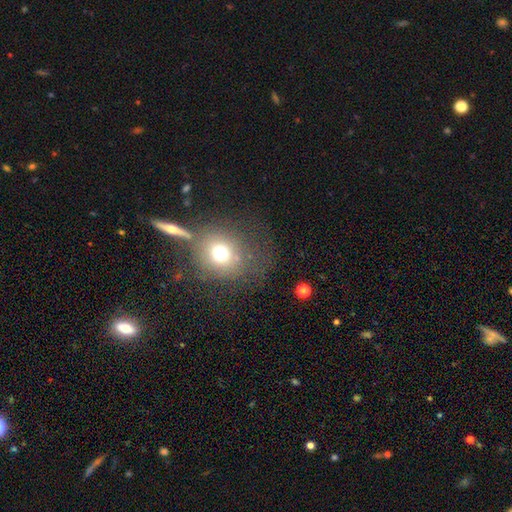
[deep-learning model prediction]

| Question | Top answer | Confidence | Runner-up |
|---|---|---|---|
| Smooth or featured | smooth | 55% | star or artifact (29%) |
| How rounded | round | 80% | in between (19%) |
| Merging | none | 63% | merger (16%) |